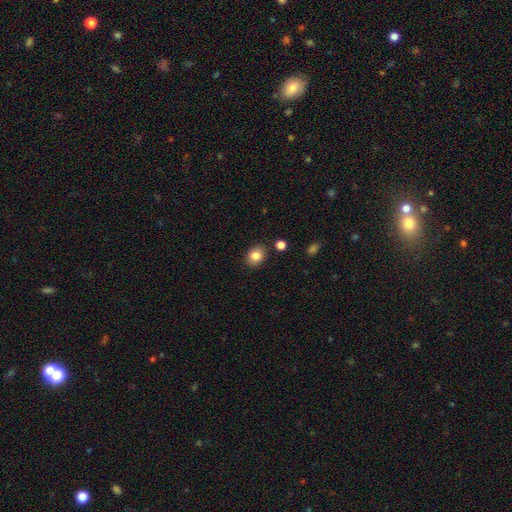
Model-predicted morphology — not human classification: Smooth or featured? smooth (83%)
How rounded? round (56%)
Merging? none (86%)